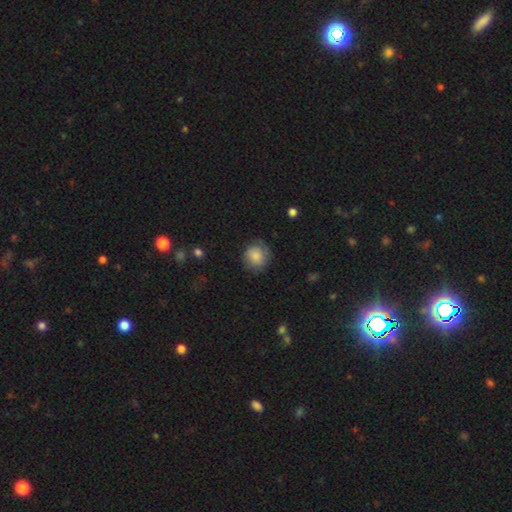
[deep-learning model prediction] smooth_or_featured: smooth (p=0.77) [alt: featured or disk p=0.16]
how_rounded: round (p=0.84) [alt: in between p=0.15]
merging: none (p=0.70) [alt: minor disturbance p=0.21]